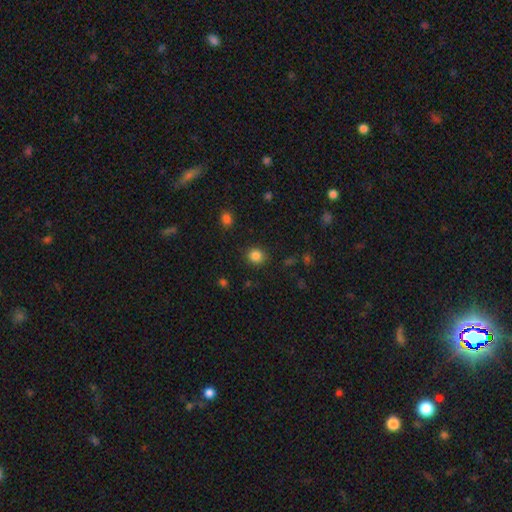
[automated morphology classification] The model was most divided on "how rounded": round: 81%, in between: 18%, cigar-shaped: 1%. More confident: merging — none (88%); smooth or featured — smooth (85%).